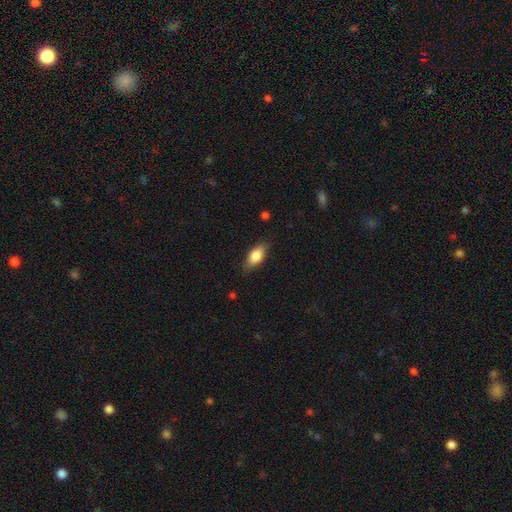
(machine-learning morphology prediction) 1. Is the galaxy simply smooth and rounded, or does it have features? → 80% smooth, 14% featured or disk, 7% star or artifact.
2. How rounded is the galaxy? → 85% in between, 11% cigar-shaped, 4% round.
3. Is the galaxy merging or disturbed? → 84% none, 13% minor disturbance, 3% major disturbance, 1% merger.